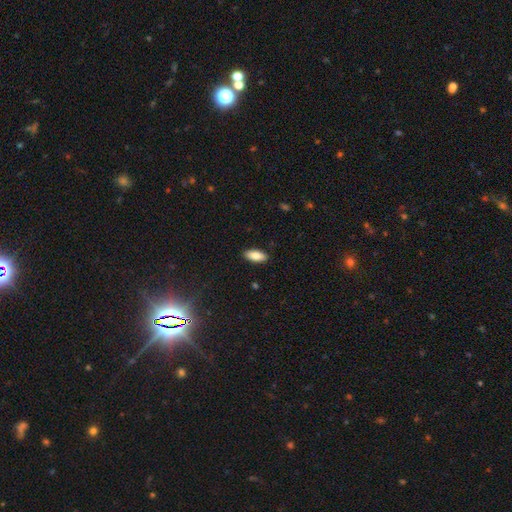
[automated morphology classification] smooth 84%, featured or disk 9%, star or artifact 7%. Down the decision tree: how rounded — in between (85%); merging — none (90%).